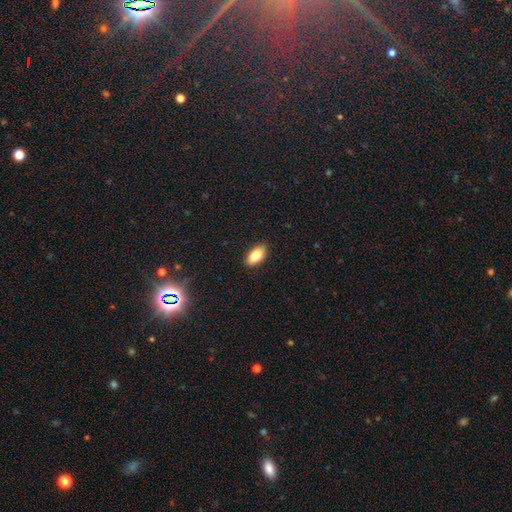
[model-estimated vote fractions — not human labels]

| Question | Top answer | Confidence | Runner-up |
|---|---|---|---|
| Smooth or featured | smooth | 85% | star or artifact (8%) |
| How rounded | in between | 91% | cigar-shaped (6%) |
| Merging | none | 84% | minor disturbance (12%) |